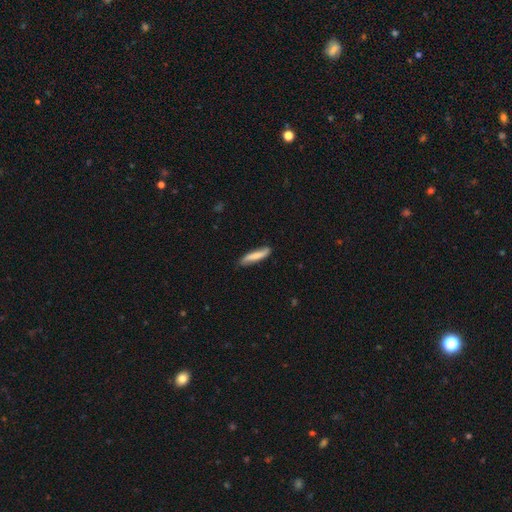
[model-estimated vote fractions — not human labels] Smooth or featured?
  - smooth: 65% *
  - featured or disk: 29%
  - star or artifact: 6%
How rounded?
  - cigar-shaped: 85% *
  - in between: 14%
  - round: 2%
Merging?
  - none: 76% *
  - minor disturbance: 19%
  - major disturbance: 3%
  - merger: 2%